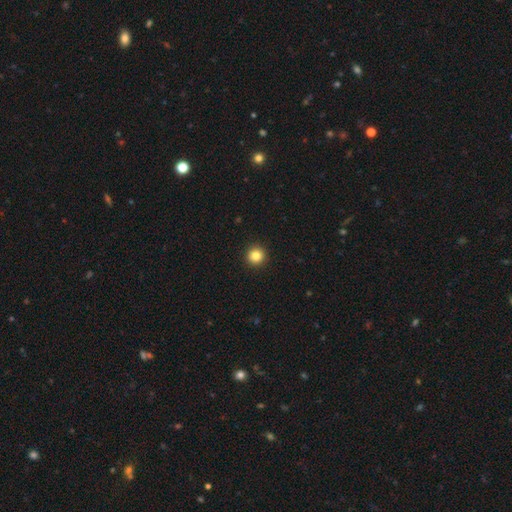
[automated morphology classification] A smooth galaxy with no disk features (85%) that is round (96%).

Vote fractions:
- Smooth or featured? smooth: 85% / star or artifact: 11% / featured or disk: 5%
- How rounded? round: 96% / in between: 4% / cigar-shaped: 1%
- Merging? none: 94% / minor disturbance: 4% / major disturbance: 1% / merger: 1%